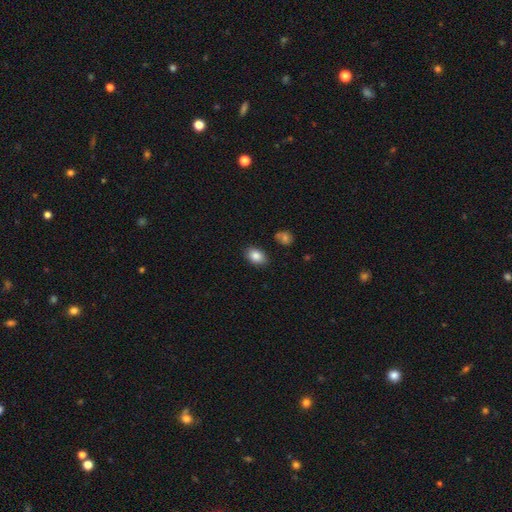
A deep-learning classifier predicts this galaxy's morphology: Smooth or featured?
  - smooth: 86% *
  - star or artifact: 8%
  - featured or disk: 6%
How rounded?
  - in between: 83% *
  - round: 16%
  - cigar-shaped: 1%
Merging?
  - none: 84% *
  - minor disturbance: 12%
  - merger: 2%
  - major disturbance: 2%